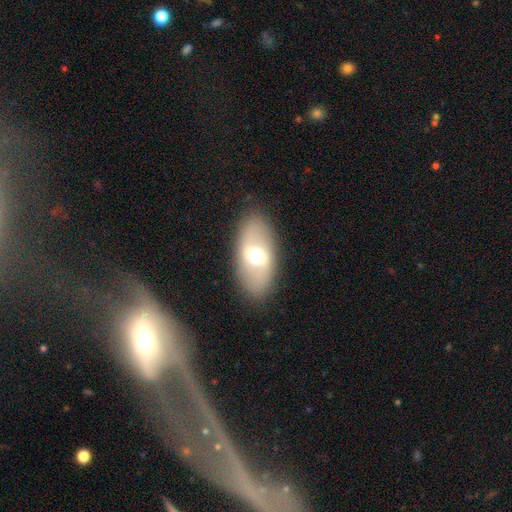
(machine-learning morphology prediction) Q: Smooth or featured?
A: featured or disk (47%); runner-up: smooth (45%)
Q: Merging?
A: none (85%); runner-up: minor disturbance (9%)